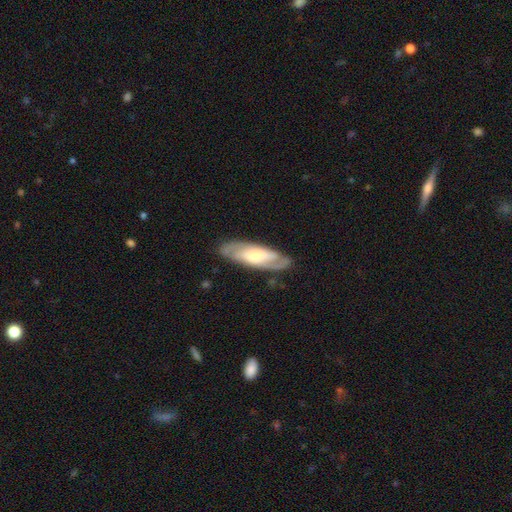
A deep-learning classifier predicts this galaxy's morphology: smooth_or_featured: featured or disk (p=0.63) [alt: smooth p=0.32]
disk_edge_on: no (p=0.81) [alt: yes p=0.19]
bar: no (p=0.48) [alt: weak p=0.36]
has_spiral_arms: yes (p=0.85) [alt: no p=0.15]
bulge_size: moderate (p=0.42) [alt: large p=0.25]
merging: none (p=0.81) [alt: minor disturbance p=0.14]